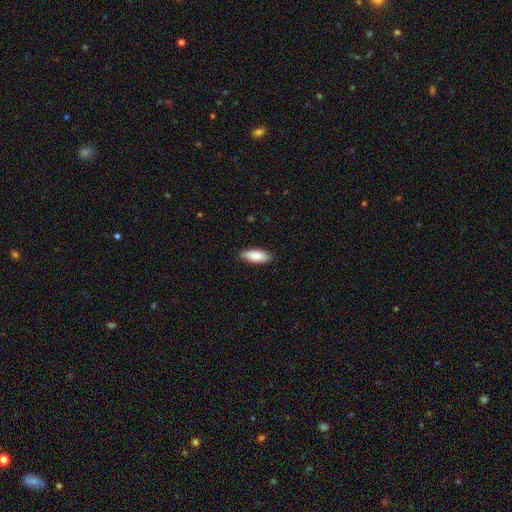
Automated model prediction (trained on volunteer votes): The model was most divided on "how rounded": in between: 71%, cigar-shaped: 27%, round: 2%. More confident: smooth or featured — smooth (88%); merging — none (87%).